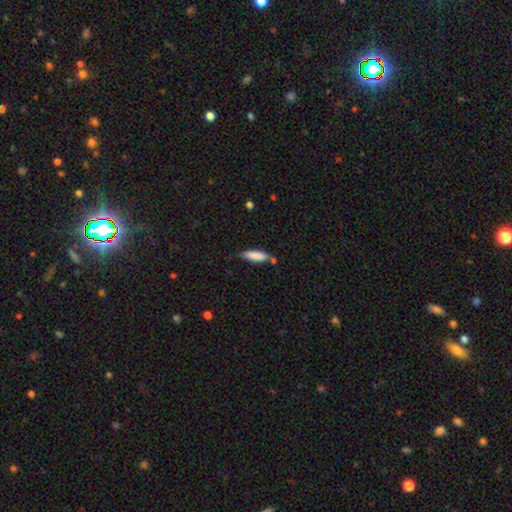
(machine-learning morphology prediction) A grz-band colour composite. It shows a smooth galaxy with no disk features (83%) that is cigar-shaped (65%). Merging: none (70%).